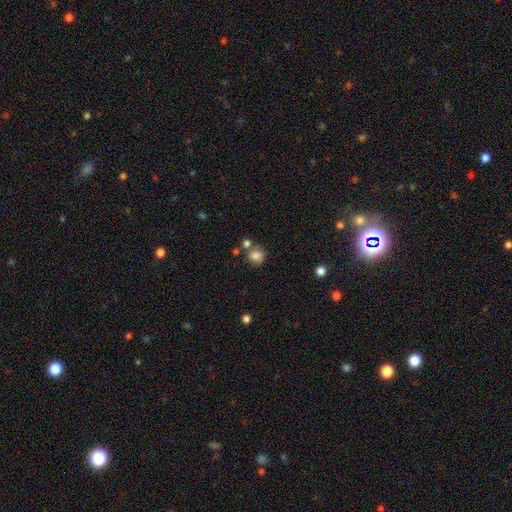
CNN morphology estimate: The model was most divided on "merging": none: 69%, merger: 17%, minor disturbance: 11%, major disturbance: 4%. More confident: how rounded — round (89%); smooth or featured — smooth (82%).